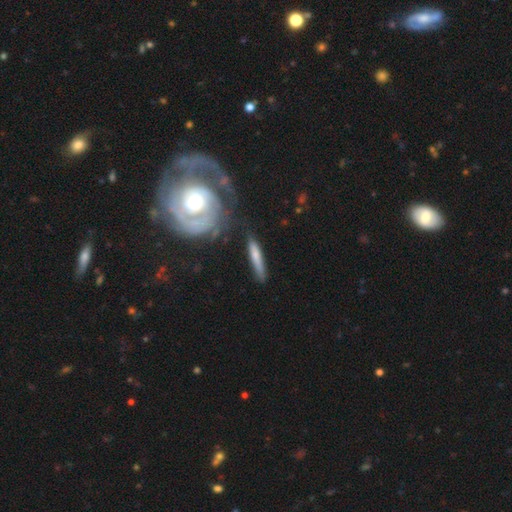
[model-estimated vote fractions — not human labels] smooth_or_featured: smooth (p=0.61) [alt: featured or disk p=0.32]
how_rounded: cigar-shaped (p=0.91) [alt: in between p=0.07]
merging: none (p=0.76) [alt: minor disturbance p=0.16]